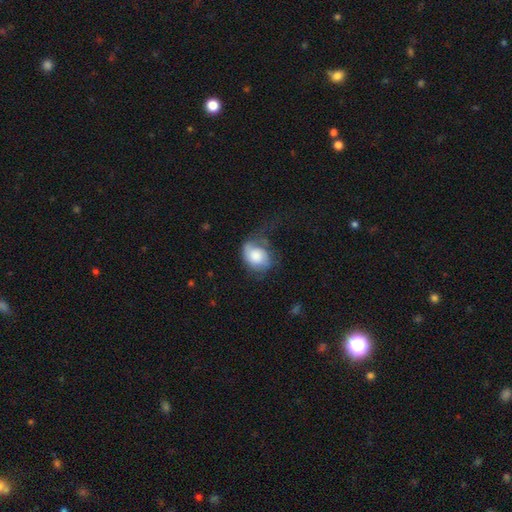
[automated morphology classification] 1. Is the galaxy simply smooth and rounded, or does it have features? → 52% smooth, 40% featured or disk, 8% star or artifact.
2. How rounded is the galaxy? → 58% in between, 41% round, 1% cigar-shaped.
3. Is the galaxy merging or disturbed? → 35% none, 34% major disturbance, 29% minor disturbance, 2% merger.